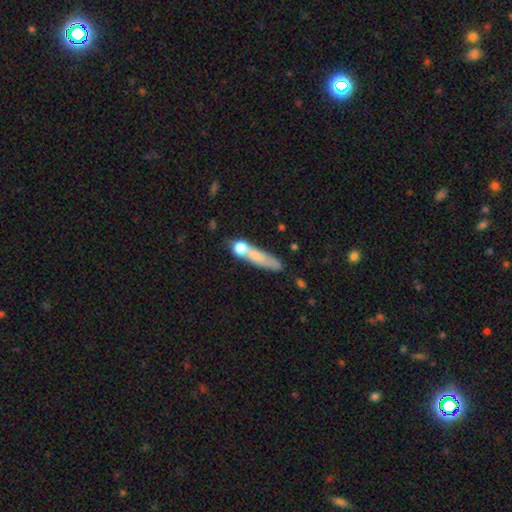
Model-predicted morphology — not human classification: This is likely a smooth galaxy (61%). How rounded: likely cigar-shaped (77%). Merging: marginally none (44%).